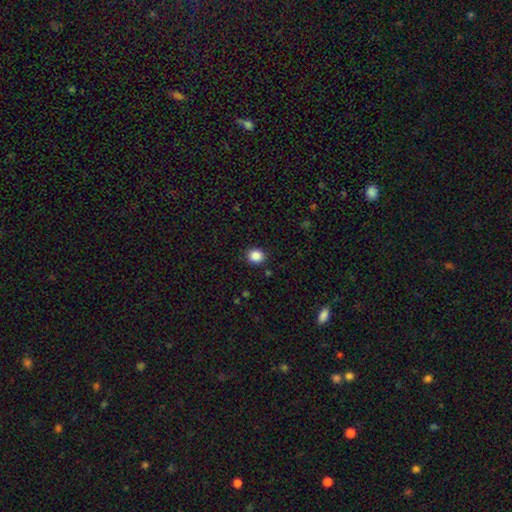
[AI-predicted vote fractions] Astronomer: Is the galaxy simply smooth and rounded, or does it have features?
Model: smooth — 87%.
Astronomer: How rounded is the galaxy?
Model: round — 74%.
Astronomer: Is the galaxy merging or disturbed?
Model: none — 89%.